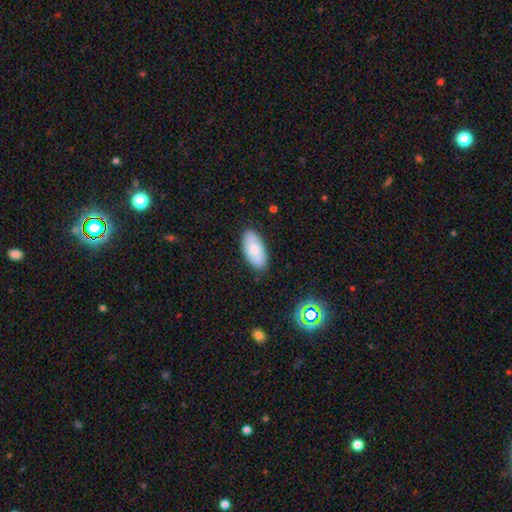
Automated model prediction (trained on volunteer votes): A smooth galaxy with no disk features (78%) that is in between round and cigar-shaped (94%). Merging: none (83%).